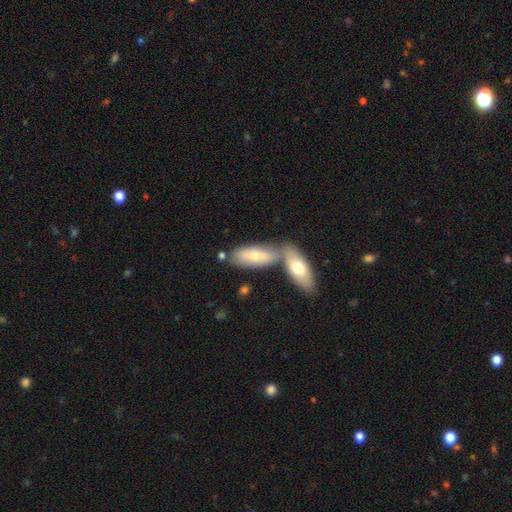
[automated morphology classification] type=smooth (67%); roundness=in between (73%); merging=merger (48%).